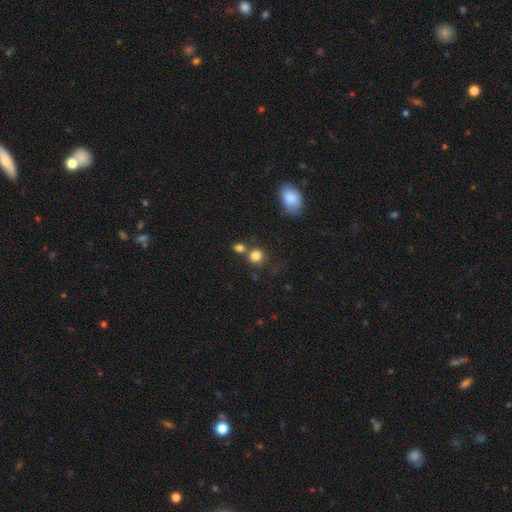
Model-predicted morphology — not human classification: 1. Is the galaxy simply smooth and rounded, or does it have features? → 81% smooth, 12% star or artifact, 7% featured or disk.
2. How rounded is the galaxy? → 85% round, 14% in between, 1% cigar-shaped.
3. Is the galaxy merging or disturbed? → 58% none, 27% merger, 10% minor disturbance, 5% major disturbance.